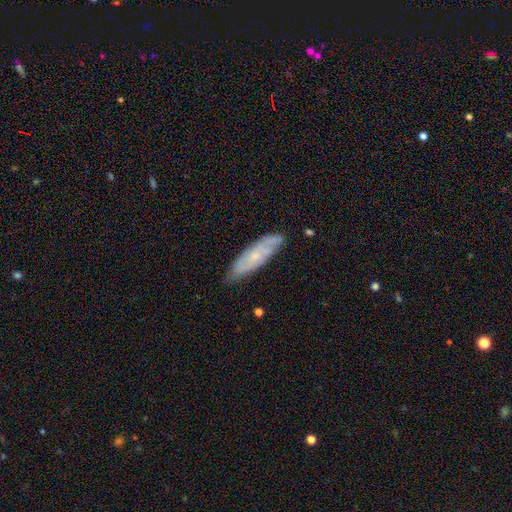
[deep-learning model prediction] The model was most divided on "smooth or featured": featured or disk: 58%, smooth: 35%, star or artifact: 7%. More confident: merging — none (75%); edge-on disk — no (73%).